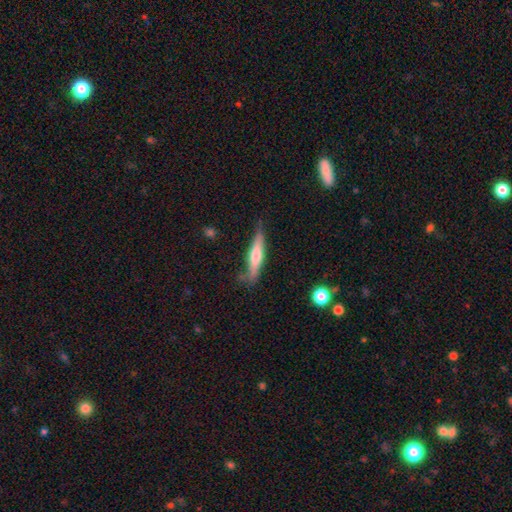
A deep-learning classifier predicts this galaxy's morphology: The model was most divided on "smooth or featured": featured or disk: 50%, smooth: 44%, star or artifact: 6%. More confident: merging — none (74%).